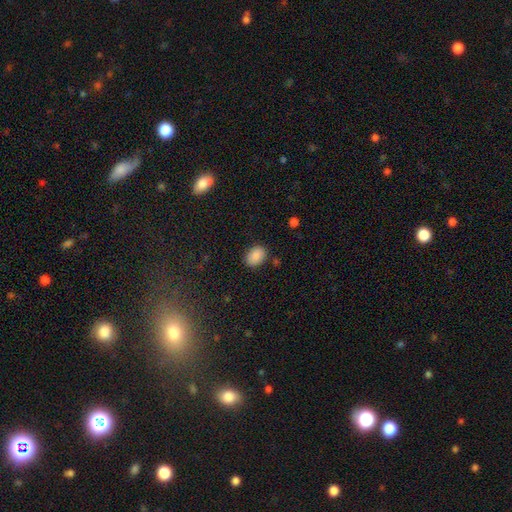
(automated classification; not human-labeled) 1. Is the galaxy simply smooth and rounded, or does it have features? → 88% smooth, 8% star or artifact, 5% featured or disk.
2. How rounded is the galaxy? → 77% in between, 22% round, 1% cigar-shaped.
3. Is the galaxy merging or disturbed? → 85% none, 10% minor disturbance, 3% major disturbance, 2% merger.